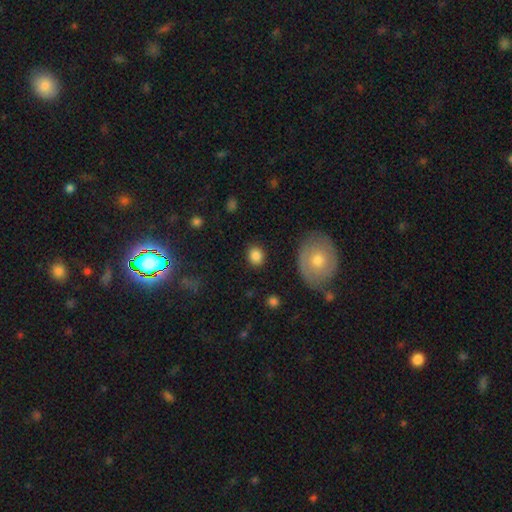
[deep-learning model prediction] Morphology: type=smooth (85%); roundness=round (67%); merging=none (86%).